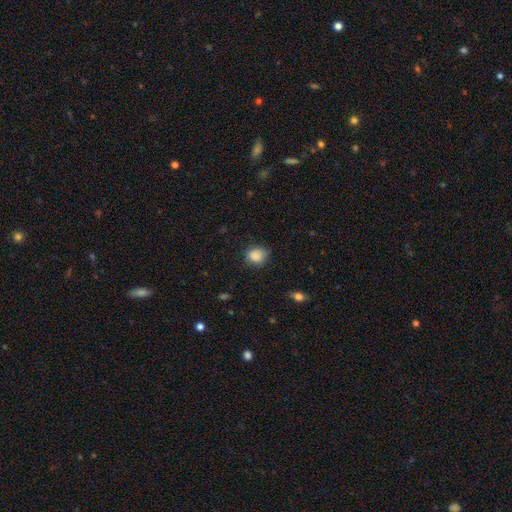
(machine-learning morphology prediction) Smooth or featured?
  - smooth: 87% *
  - star or artifact: 9%
  - featured or disk: 4%
How rounded?
  - round: 70% *
  - in between: 29%
  - cigar-shaped: 1%
Merging?
  - none: 71% *
  - minor disturbance: 23%
  - major disturbance: 5%
  - merger: 1%